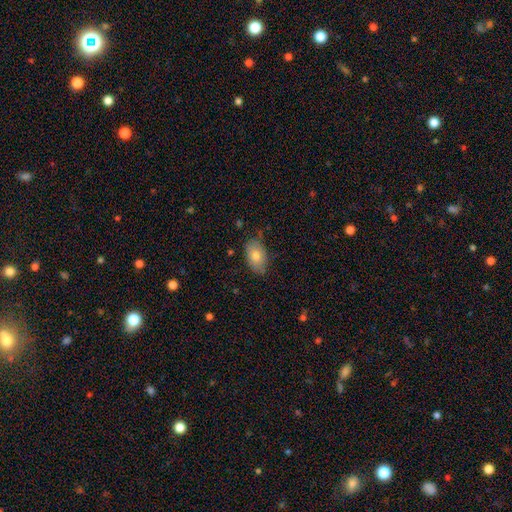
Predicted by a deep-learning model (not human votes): Smooth or featured? Predicted: smooth (p=0.76). How rounded? Predicted: in between (p=0.90). Merging? Predicted: none (p=0.74).